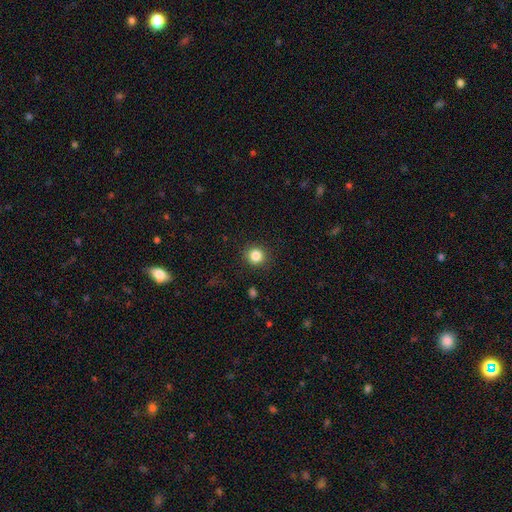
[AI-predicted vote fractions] Morphology: type=smooth (84%); roundness=round (91%); merging=none (90%).